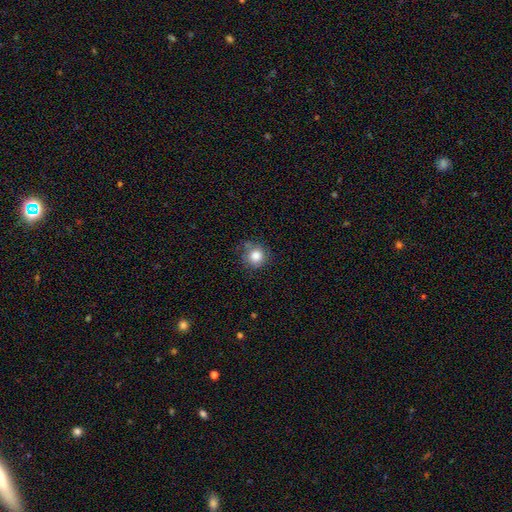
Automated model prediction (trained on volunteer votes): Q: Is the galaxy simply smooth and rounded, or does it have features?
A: smooth — 83%.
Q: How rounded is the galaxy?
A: round — 89%.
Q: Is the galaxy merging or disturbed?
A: none — 72%.